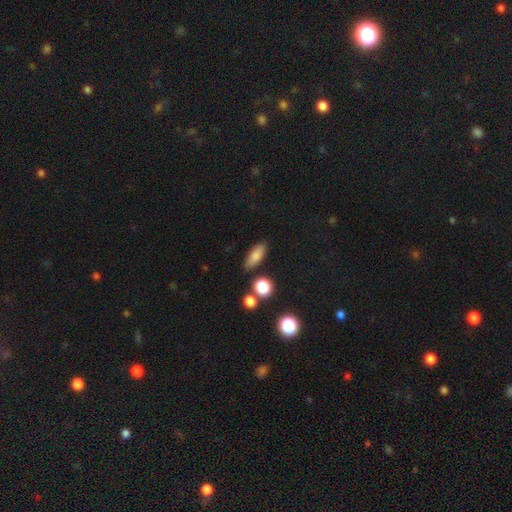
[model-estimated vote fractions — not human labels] This is clearly a smooth galaxy (80%). How rounded: likely in between (72%). Merging: likely none (80%).